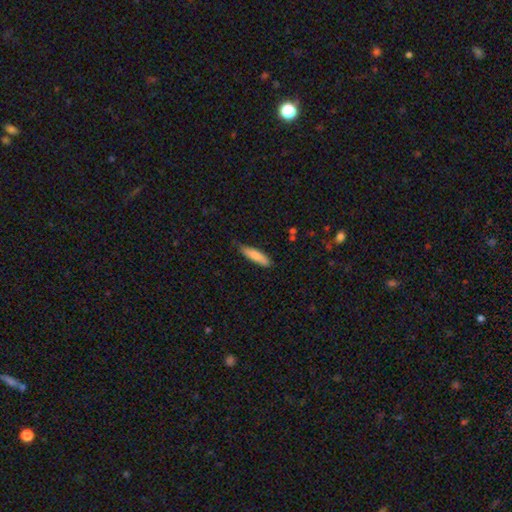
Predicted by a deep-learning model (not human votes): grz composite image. It shows a smooth galaxy with no disk features (81%) that is cigar-shaped (68%). Merging: none (72%).